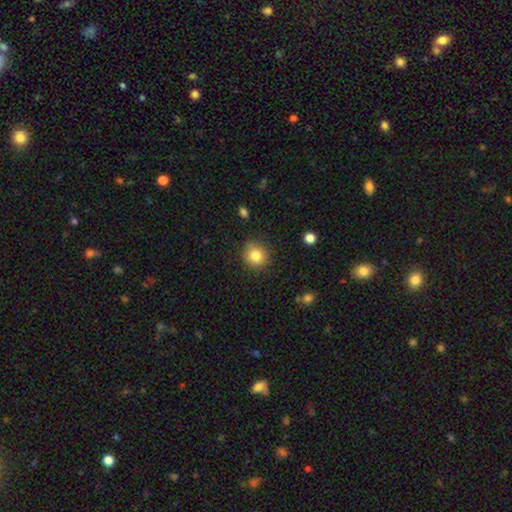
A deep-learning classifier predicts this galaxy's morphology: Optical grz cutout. It shows a smooth galaxy with no disk features (83%) that is round (88%). Merging: none (85%).